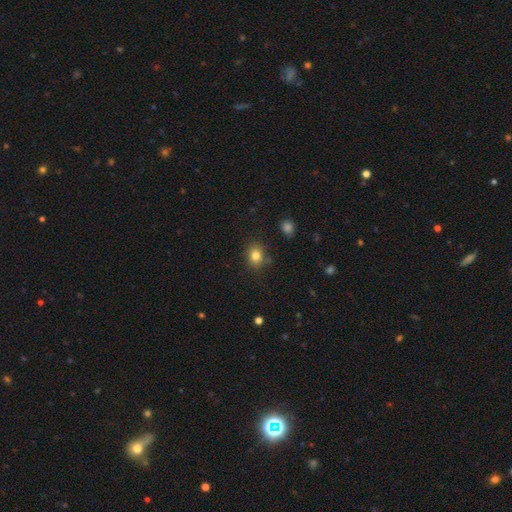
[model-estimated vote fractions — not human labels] smooth-or-featured: smooth: 82% | star or artifact: 12% | featured or disk: 7%
  how-rounded: round: 56% | in between: 43% | cigar-shaped: 1%
  merging: none: 82% | minor disturbance: 12% | major disturbance: 3% | merger: 3%